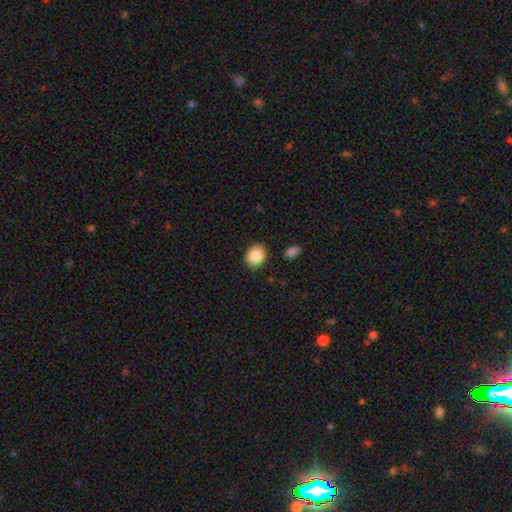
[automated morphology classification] Smooth or featured?
  - smooth: 85% *
  - star or artifact: 8%
  - featured or disk: 7%
How rounded?
  - in between: 50% *
  - round: 49%
  - cigar-shaped: 1%
Merging?
  - none: 88% *
  - minor disturbance: 8%
  - major disturbance: 2%
  - merger: 2%